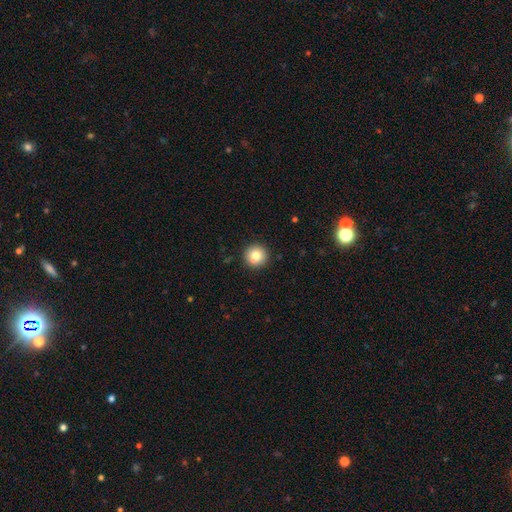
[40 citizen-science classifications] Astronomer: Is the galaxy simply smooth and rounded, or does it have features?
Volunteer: smooth — 80%.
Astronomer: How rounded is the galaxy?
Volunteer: round — 97%.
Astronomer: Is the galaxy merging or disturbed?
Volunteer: none — 92%.